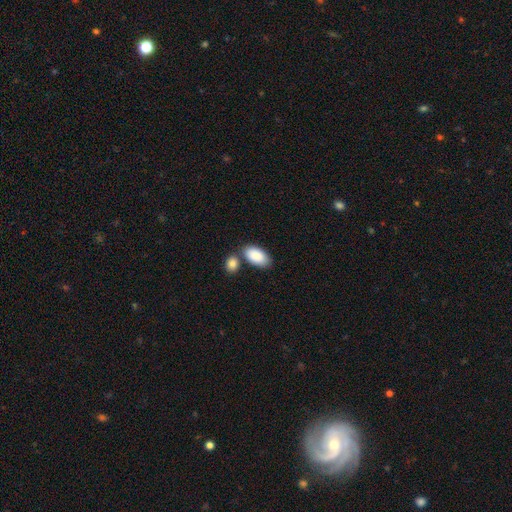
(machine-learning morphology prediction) This appears to be a smooth galaxy with no disk features (90%) that is in between round and cigar-shaped (95%). Merging: none (61%).